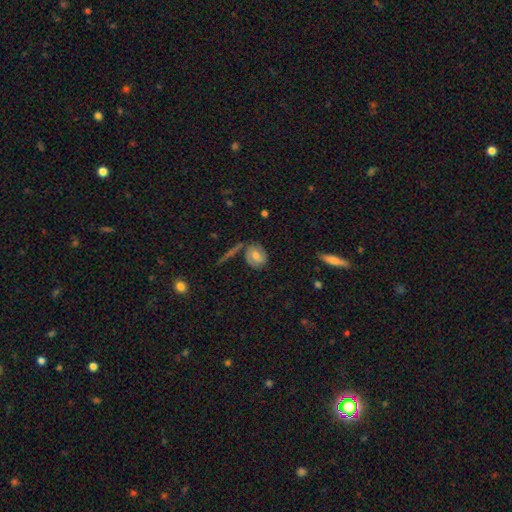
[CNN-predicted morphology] Smooth or featured? Predicted: featured or disk (p=0.55). Edge-on disk? Predicted: no (p=0.93). Bar? Predicted: no (p=0.56). Spiral arms? Predicted: yes (p=0.82). Bulge size? Predicted: moderate (p=0.60). Merging? Predicted: none (p=0.66).